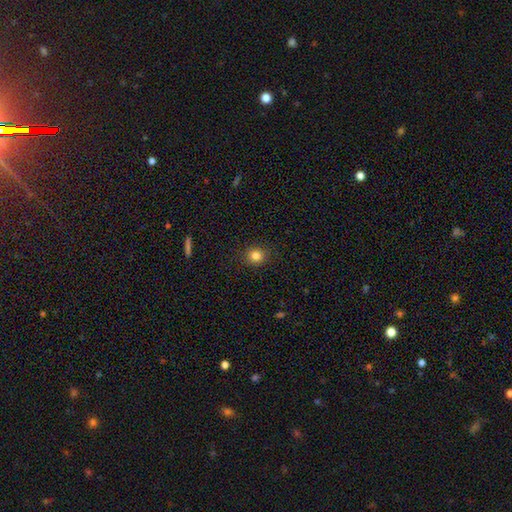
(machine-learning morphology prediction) A smooth galaxy with no disk features (82%) that is round (88%). Merging: none (90%).